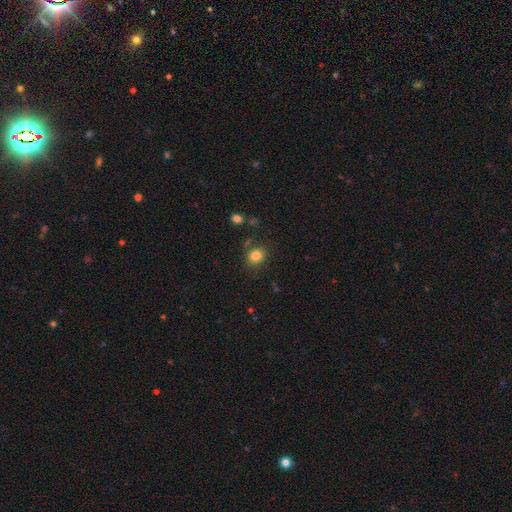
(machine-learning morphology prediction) Smooth or featured: smooth — 82% (star or artifact — 12%)
How rounded: round — 77% (in between — 22%)
Merging: none — 81% (minor disturbance — 11%)